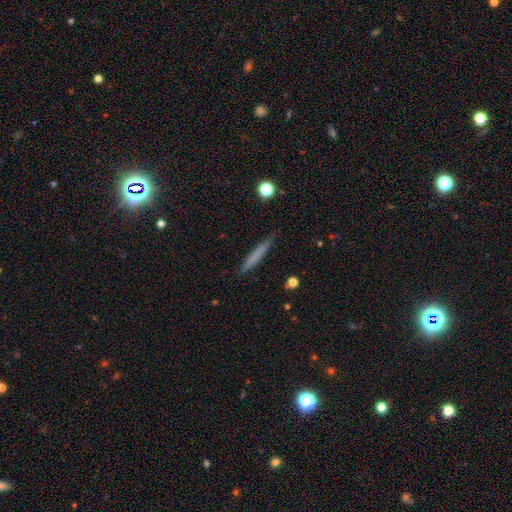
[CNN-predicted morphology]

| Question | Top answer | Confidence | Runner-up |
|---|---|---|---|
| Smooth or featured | smooth | 69% | featured or disk (24%) |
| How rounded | cigar-shaped | 96% | in between (3%) |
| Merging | none | 89% | minor disturbance (8%) |